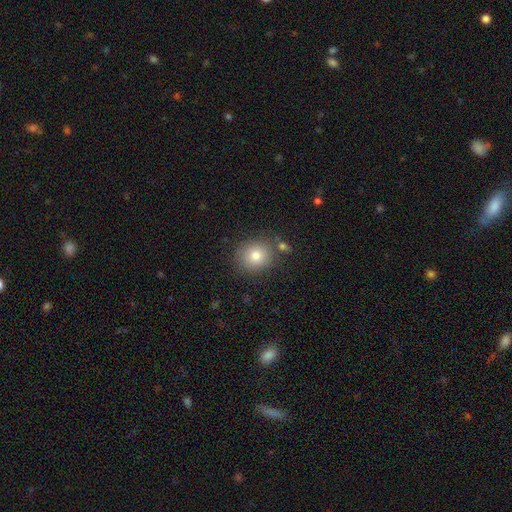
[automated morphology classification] Smooth or featured: smooth — 79% (star or artifact — 12%)
How rounded: round — 79% (in between — 20%)
Merging: none — 80% (minor disturbance — 11%)